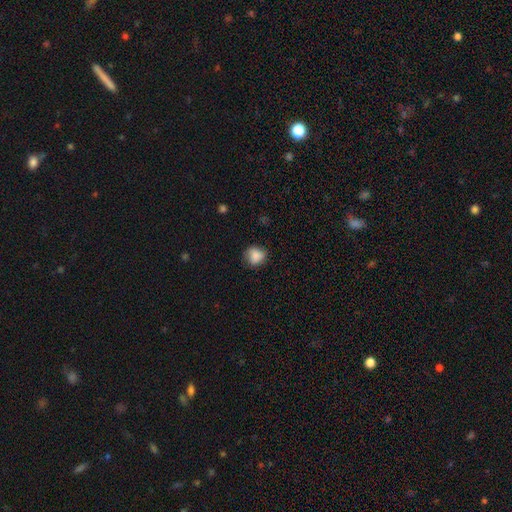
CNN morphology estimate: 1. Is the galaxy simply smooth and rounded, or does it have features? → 85% smooth, 9% star or artifact, 7% featured or disk.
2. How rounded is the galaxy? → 72% round, 27% in between, 1% cigar-shaped.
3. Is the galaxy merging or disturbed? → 71% none, 22% minor disturbance, 6% major disturbance, 1% merger.